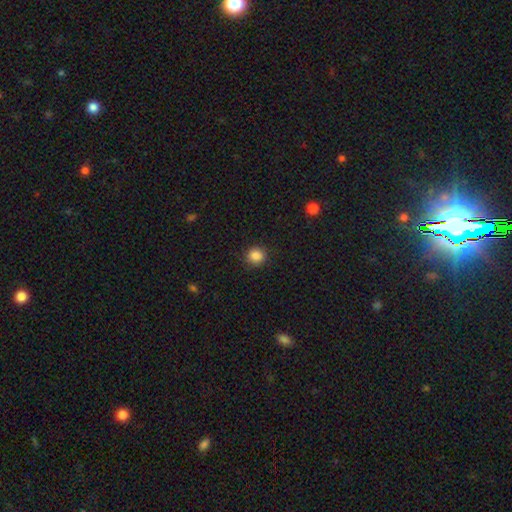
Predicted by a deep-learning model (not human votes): A smooth galaxy with no disk features (86%) that is round (85%).

Vote fractions:
- Smooth or featured? smooth: 86% / star or artifact: 11% / featured or disk: 3%
- How rounded? round: 85% / in between: 14% / cigar-shaped: 1%
- Merging? none: 89% / minor disturbance: 8% / major disturbance: 2% / merger: 1%